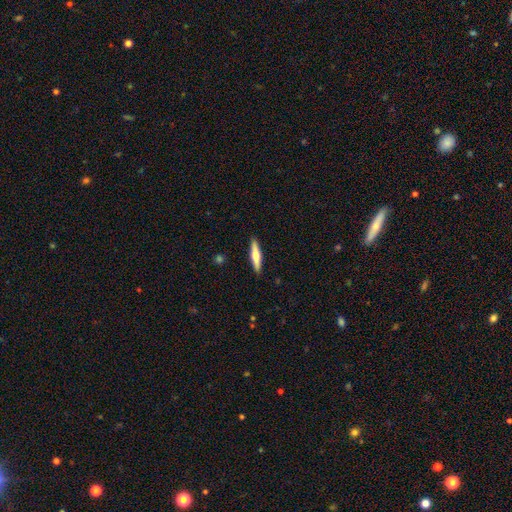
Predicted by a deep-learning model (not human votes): Smooth or featured?
  - smooth: 51% *
  - featured or disk: 44%
  - star or artifact: 5%
How rounded?
  - cigar-shaped: 85% *
  - in between: 13%
  - round: 2%
Merging?
  - none: 90% *
  - minor disturbance: 7%
  - major disturbance: 2%
  - merger: 1%